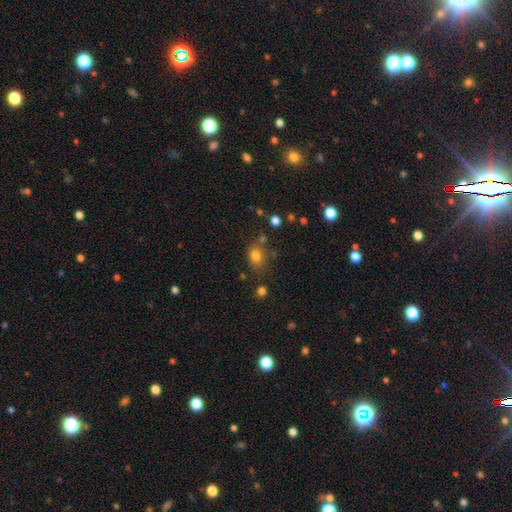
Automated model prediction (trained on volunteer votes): Smooth or featured? Predicted: smooth (p=0.78). How rounded? Predicted: in between (p=0.55). Merging? Predicted: none (p=0.69).